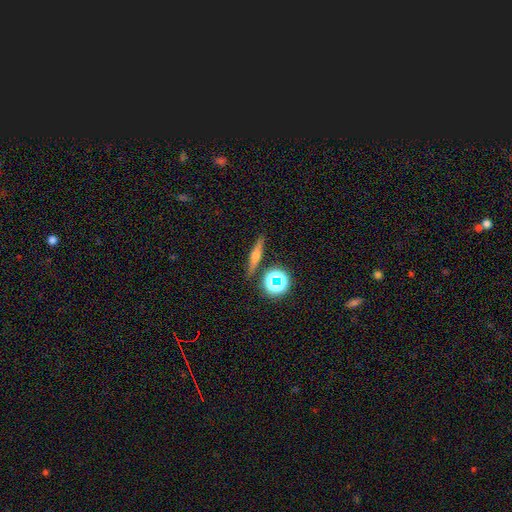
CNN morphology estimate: featured or disk 47%, smooth 37%, star or artifact 16%. Down the decision tree: merging — none (86%).